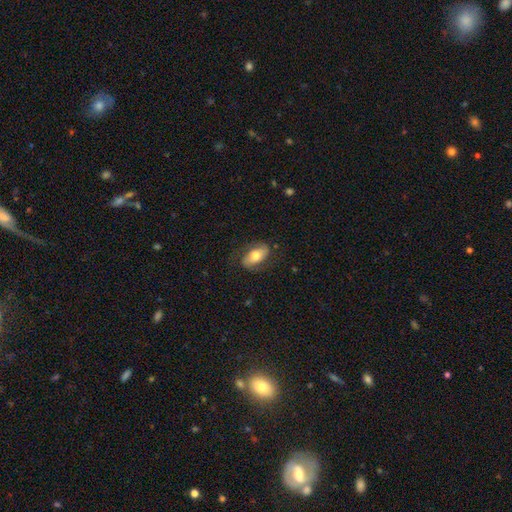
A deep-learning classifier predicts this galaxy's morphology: Q: Smooth or featured?
A: smooth (55%); runner-up: featured or disk (38%)
Q: How rounded?
A: in between (90%); runner-up: round (6%)
Q: Merging?
A: none (71%); runner-up: minor disturbance (19%)